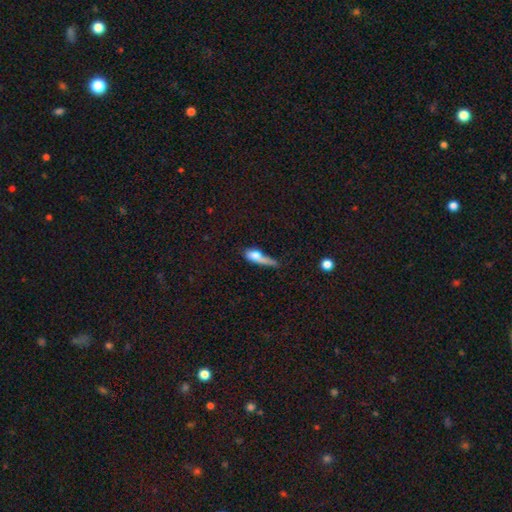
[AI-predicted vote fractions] Smooth or featured: smooth — 65% (featured or disk — 25%)
How rounded: in between — 49% (cigar-shaped — 41%)
Merging: major disturbance — 35% (minor disturbance — 26%)